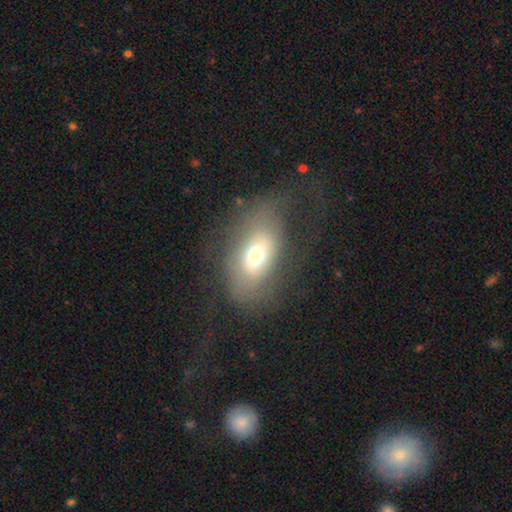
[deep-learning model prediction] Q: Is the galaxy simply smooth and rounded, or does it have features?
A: smooth — 60%.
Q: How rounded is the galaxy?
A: in between — 83%.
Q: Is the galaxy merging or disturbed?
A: none — 44%.